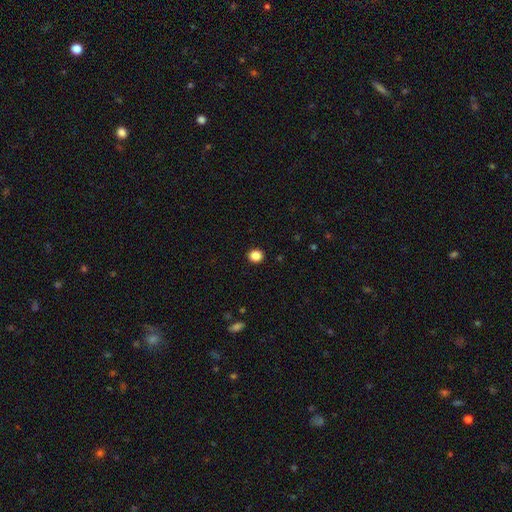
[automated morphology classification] Q: Smooth or featured?
A: smooth (87%); runner-up: star or artifact (10%)
Q: How rounded?
A: round (78%); runner-up: in between (22%)
Q: Merging?
A: none (92%); runner-up: minor disturbance (5%)